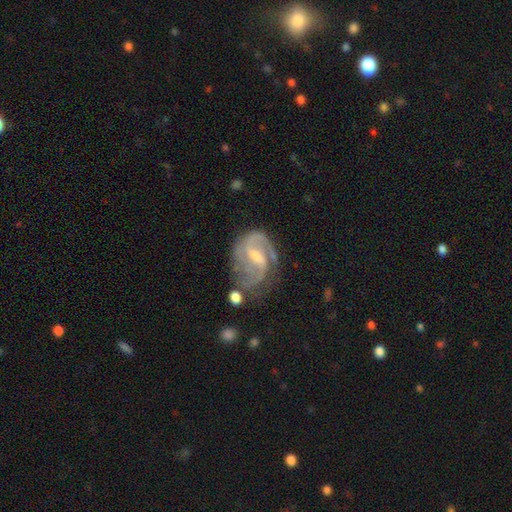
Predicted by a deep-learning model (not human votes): The model was most divided on "bulge size": small: 55%, moderate: 37%, none: 5%, large: 2%, dominant: 1%. More confident: edge-on disk — no (98%); spiral arms — yes (96%); smooth or featured — featured or disk (87%); spiral arm count — 2 (66%); bar — weak (56%); merging — none (55%); spiral winding — medium (51%).